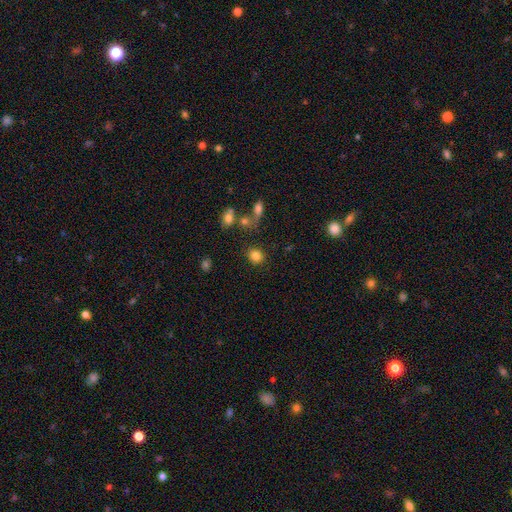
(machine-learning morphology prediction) This is clearly a smooth galaxy (83%). How rounded: likely round (72%). Merging: clearly none (83%).